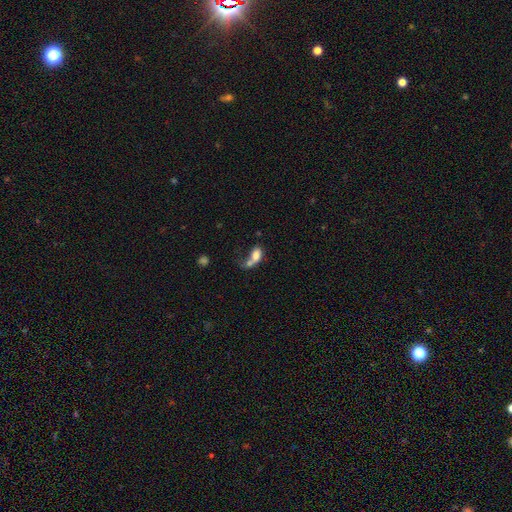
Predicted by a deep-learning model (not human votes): Smooth or featured: smooth — 74% (featured or disk — 17%)
How rounded: in between — 84% (round — 12%)
Merging: merger — 54% (none — 19%)